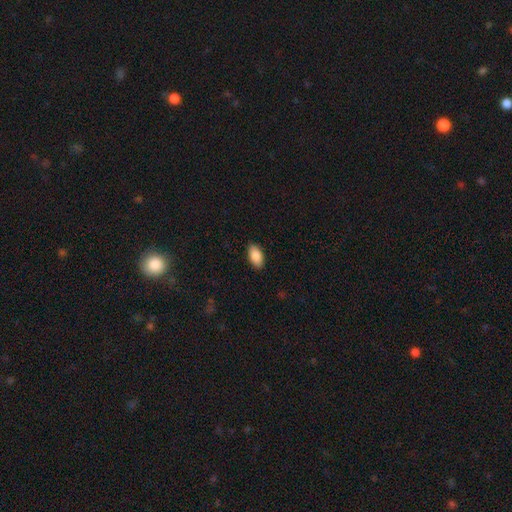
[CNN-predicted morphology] Smooth or featured? smooth (89%)
How rounded? in between (94%)
Merging? none (88%)